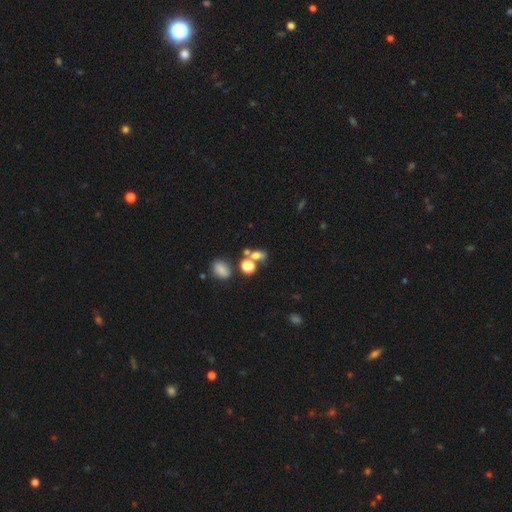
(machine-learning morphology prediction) This appears to be a smooth galaxy with no disk features (68%) that is in between round and cigar-shaped (52%). Merging: none (48%).